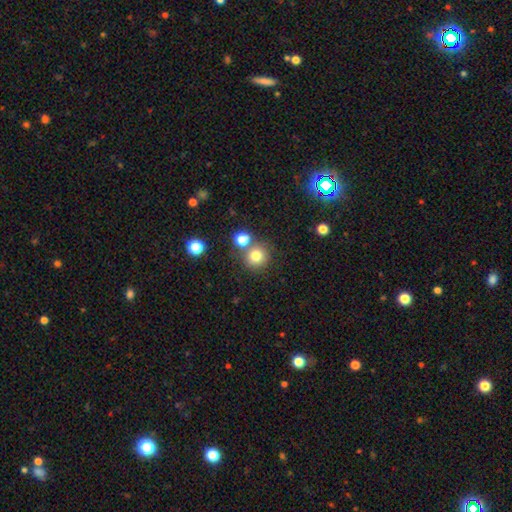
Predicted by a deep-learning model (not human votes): Overall: smooth (79%). How rounded: round (91%). Merging: none (69%).